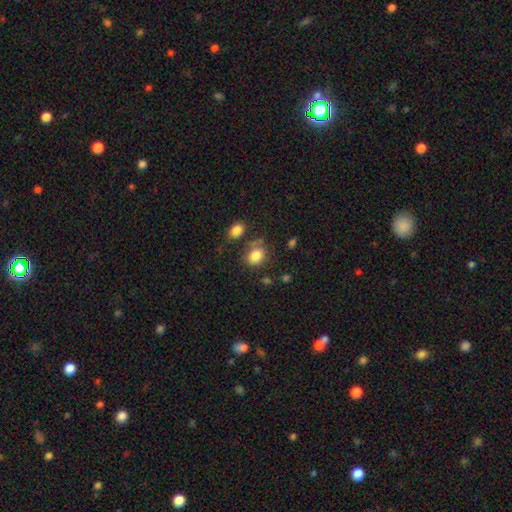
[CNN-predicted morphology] The model was most divided on "how rounded": round: 50%, in between: 49%, cigar-shaped: 1%. More confident: smooth or featured — smooth (83%); merging — none (67%).